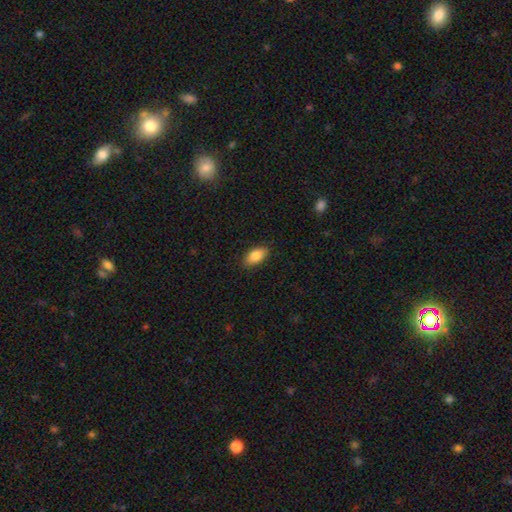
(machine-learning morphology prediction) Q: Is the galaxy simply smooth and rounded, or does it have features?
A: smooth — 86%.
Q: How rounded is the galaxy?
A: in between — 91%.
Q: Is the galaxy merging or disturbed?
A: none — 88%.